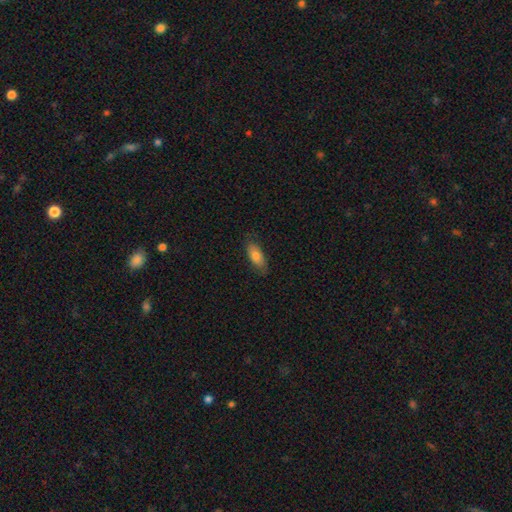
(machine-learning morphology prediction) Overall: smooth (78%). How rounded: in between (80%). Merging: none (80%).